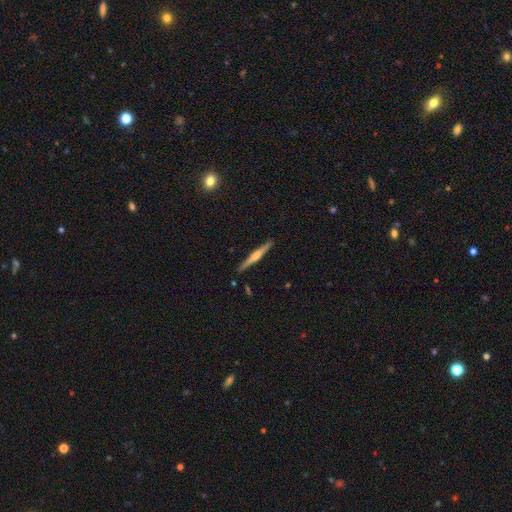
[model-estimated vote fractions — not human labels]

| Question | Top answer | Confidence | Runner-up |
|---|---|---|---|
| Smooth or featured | featured or disk | 70% | smooth (24%) |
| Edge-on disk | yes | 98% | no (2%) |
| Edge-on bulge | rounded | 80% | boxy (11%) |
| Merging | none | 91% | minor disturbance (7%) |